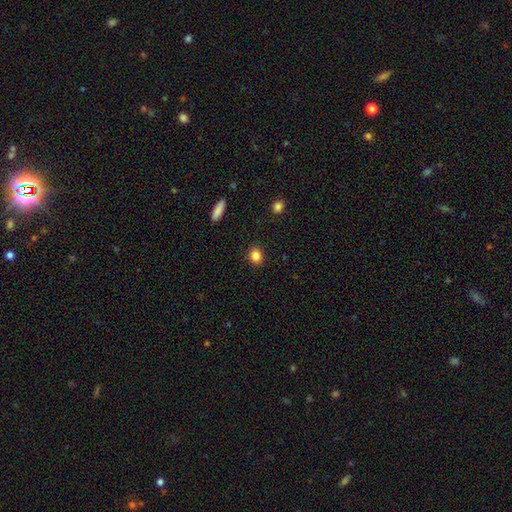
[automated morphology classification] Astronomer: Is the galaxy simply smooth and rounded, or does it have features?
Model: smooth — 85%.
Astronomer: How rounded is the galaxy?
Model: round — 57% (runner-up: in between, 41%).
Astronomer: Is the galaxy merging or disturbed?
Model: none — 90%.